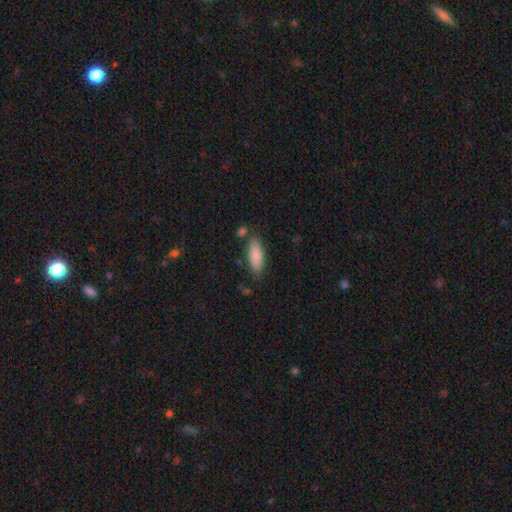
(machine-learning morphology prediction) This is clearly a smooth galaxy (86%). How rounded: likely in between (74%). Merging: likely none (71%).